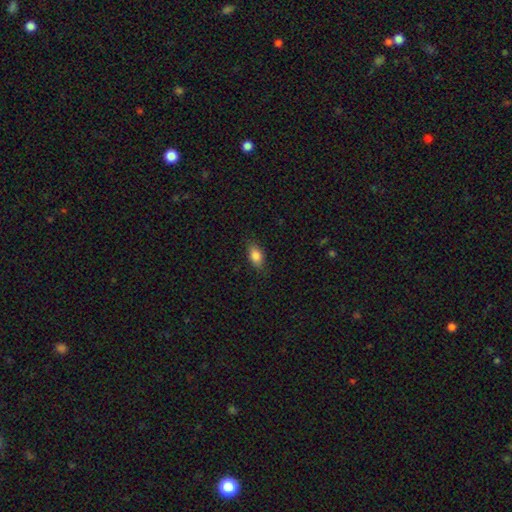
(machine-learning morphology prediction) smooth 85%, star or artifact 8%, featured or disk 7%. Down the decision tree: how rounded — in between (88%); merging — none (82%).